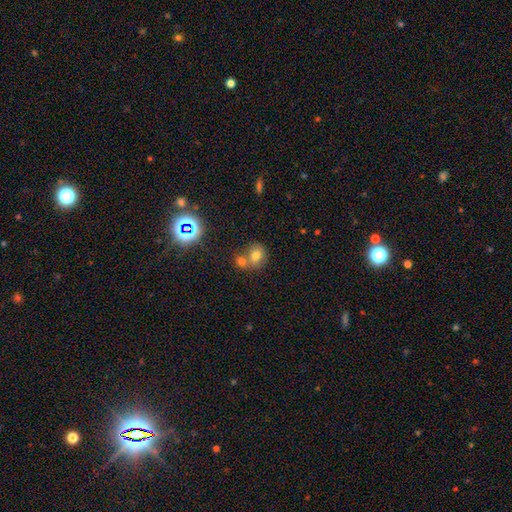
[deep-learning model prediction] Smooth or featured?
  - smooth: 71% *
  - star or artifact: 17%
  - featured or disk: 13%
How rounded?
  - round: 60% *
  - in between: 39%
  - cigar-shaped: 1%
Merging?
  - merger: 44% *
  - none: 43%
  - minor disturbance: 9%
  - major disturbance: 3%